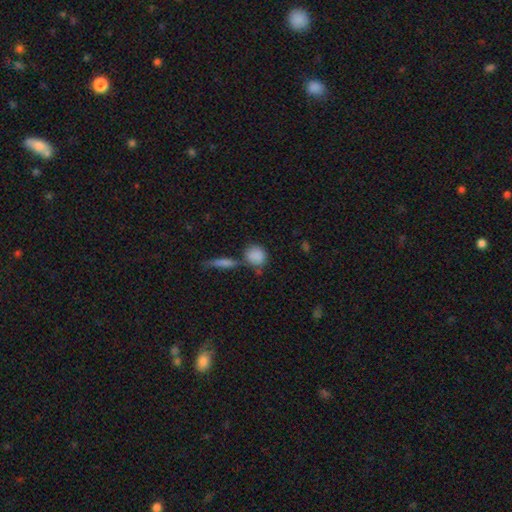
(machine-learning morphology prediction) Smooth or featured? smooth (85%)
How rounded? round (70%)
Merging? none (57%)